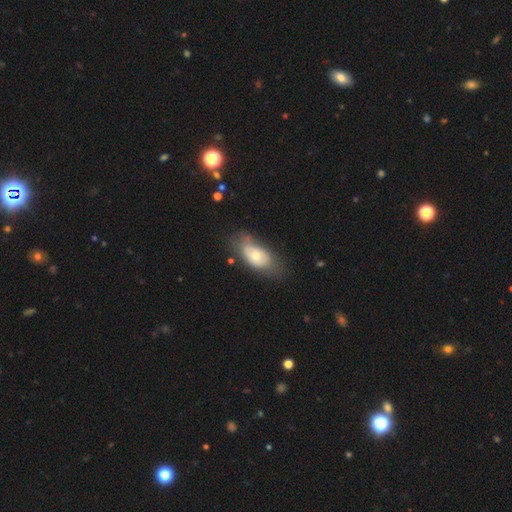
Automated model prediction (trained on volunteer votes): A smooth galaxy with no disk features (60%) that is in between round and cigar-shaped (88%). Merging: none (54%).